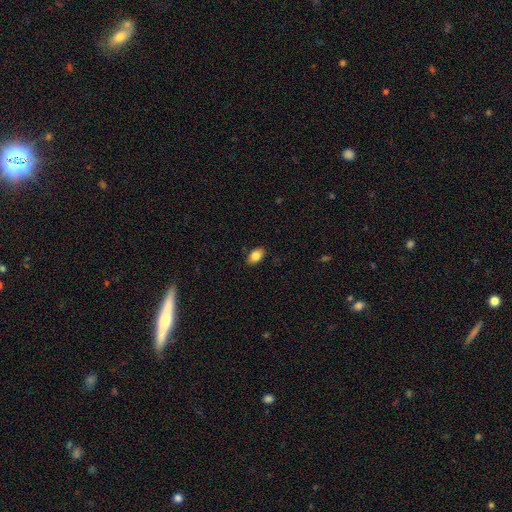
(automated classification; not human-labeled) smooth_or_featured: smooth (p=0.85) [alt: star or artifact p=0.08]
how_rounded: in between (p=0.90) [alt: round p=0.08]
merging: none (p=0.87) [alt: minor disturbance p=0.10]